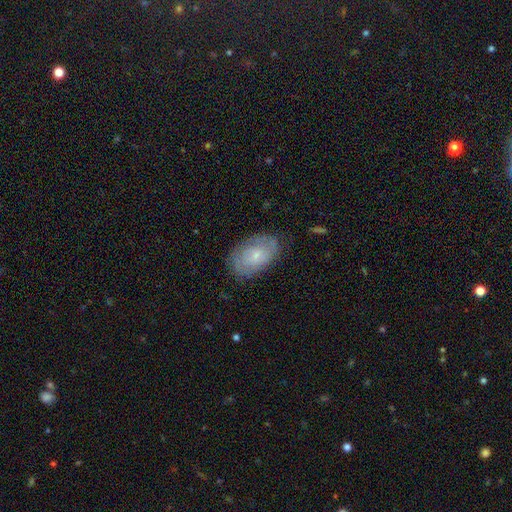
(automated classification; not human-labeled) Smooth or featured: featured or disk — 50% (smooth — 43%)
Edge-on disk: no — 95% (yes — 5%)
Merging: none — 75% (minor disturbance — 19%)